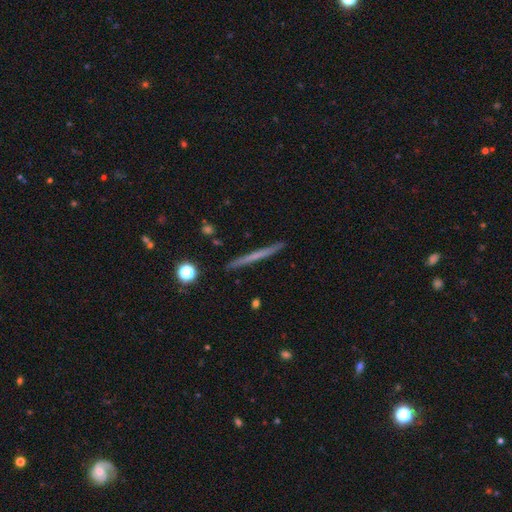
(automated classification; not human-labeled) featured or disk 48%, smooth 45%, star or artifact 7%. Down the decision tree: merging — none (92%).